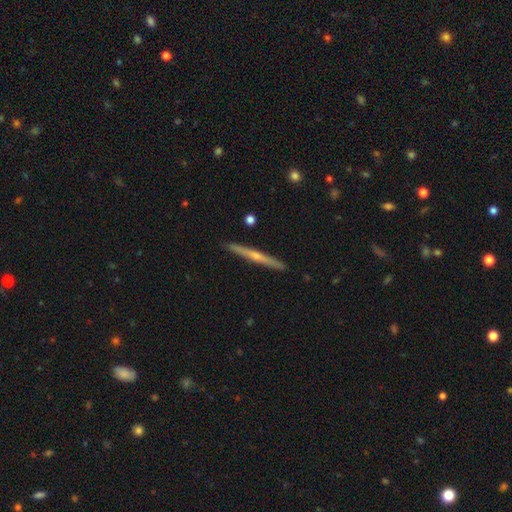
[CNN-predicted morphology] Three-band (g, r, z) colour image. It shows a featured or disk galaxy (69%) viewed edge-on (98%) with a rounded central bulge (74%). Merging: none (92%).